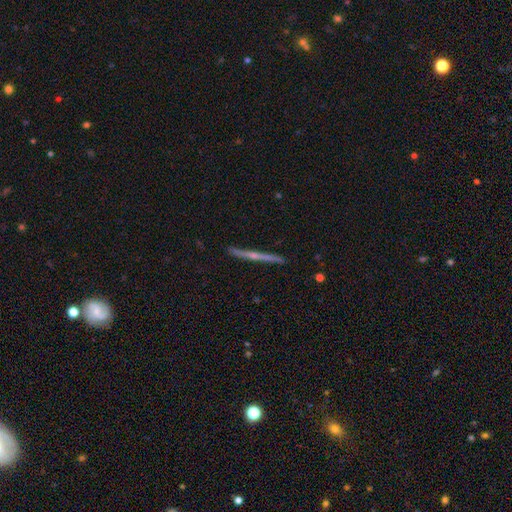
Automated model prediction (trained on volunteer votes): Smooth or featured?
  - featured or disk: 73% *
  - smooth: 21%
  - star or artifact: 6%
Edge-on disk?
  - yes: 98% *
  - no: 2%
Edge-on bulge?
  - rounded: 59% *
  - none: 35%
  - boxy: 6%
Merging?
  - none: 91% *
  - minor disturbance: 7%
  - major disturbance: 1%
  - merger: 1%